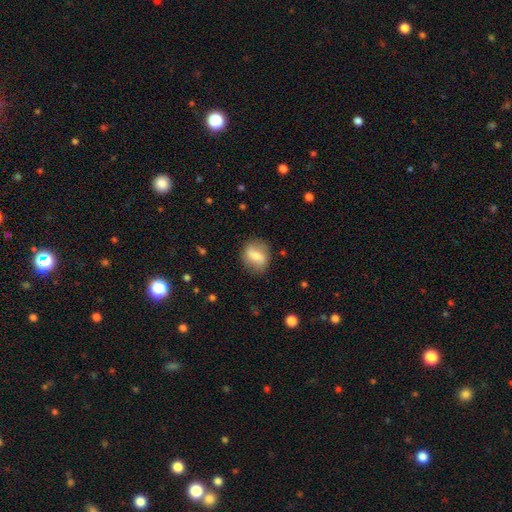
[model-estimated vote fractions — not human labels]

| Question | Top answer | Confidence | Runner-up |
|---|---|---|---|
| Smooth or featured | smooth | 56% | featured or disk (37%) |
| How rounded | round | 59% | in between (39%) |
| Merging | none | 80% | minor disturbance (14%) |